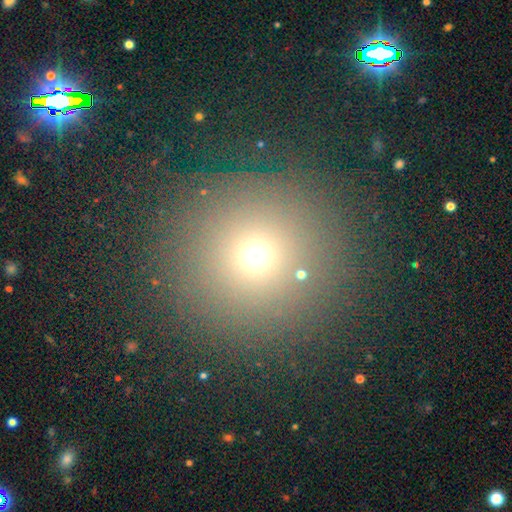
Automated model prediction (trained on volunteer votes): Morphology: type=smooth (67%); roundness=round (95%); merging=none (87%).